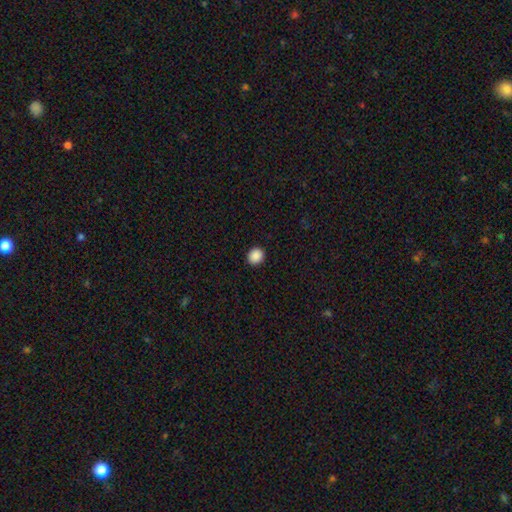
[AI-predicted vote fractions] Smooth or featured?
  - smooth: 89% *
  - star or artifact: 9%
  - featured or disk: 2%
How rounded?
  - round: 82% *
  - in between: 17%
  - cigar-shaped: 1%
Merging?
  - none: 92% *
  - minor disturbance: 5%
  - major disturbance: 2%
  - merger: 1%